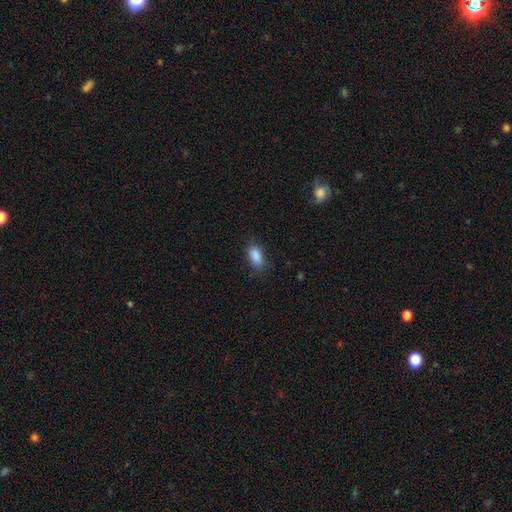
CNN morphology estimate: Smooth or featured? smooth (88%)
How rounded? in between (90%)
Merging? none (80%)